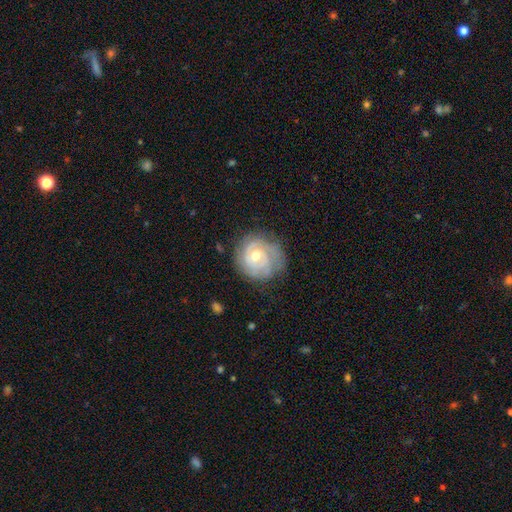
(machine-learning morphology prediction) The model was most divided on "spiral arm count": 2: 30%, can't tell: 29%, 3: 24%, 1: 6%, 4: 6%, more than 4: 4%. More confident: edge-on disk — no (98%); spiral arms — yes (93%); smooth or featured — featured or disk (81%); spiral winding — tight (73%); bar — no (73%); merging — none (72%); bulge size — moderate (69%).